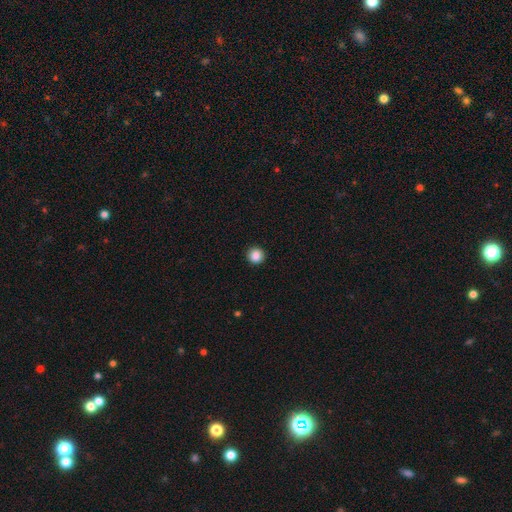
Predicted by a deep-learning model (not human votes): smooth 87%, star or artifact 10%, featured or disk 3%. Down the decision tree: how rounded — round (94%); merging — none (92%).